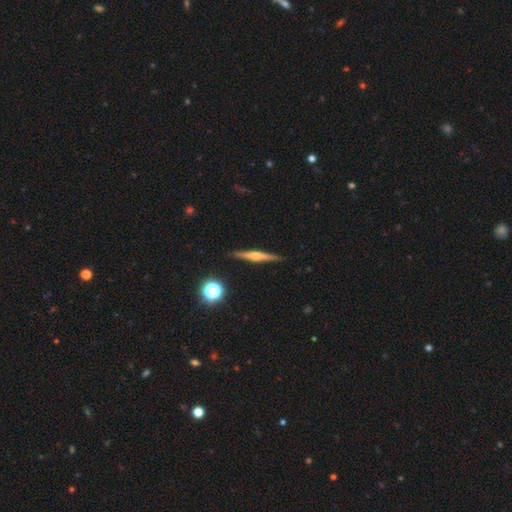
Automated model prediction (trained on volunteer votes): Morphology: type=featured or disk (75%); edge-on=yes (98%); edge-on bulge=rounded (91%); merging=none (91%).